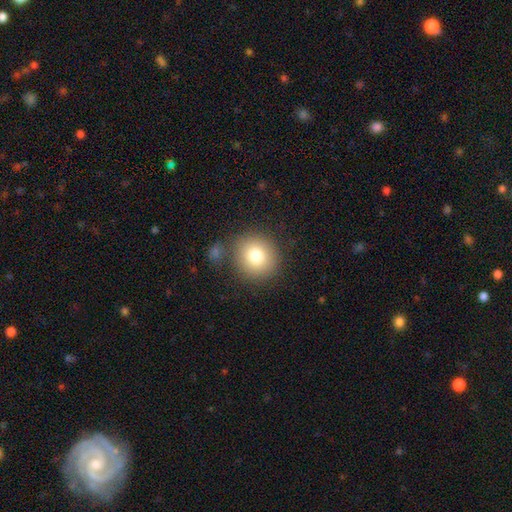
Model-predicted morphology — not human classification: A smooth galaxy with no disk features (80%) that is round (91%).

Vote fractions:
- Smooth or featured? smooth: 80% / star or artifact: 10% / featured or disk: 10%
- How rounded? round: 91% / in between: 8% / cigar-shaped: 1%
- Merging? none: 80% / minor disturbance: 10% / merger: 7% / major disturbance: 4%